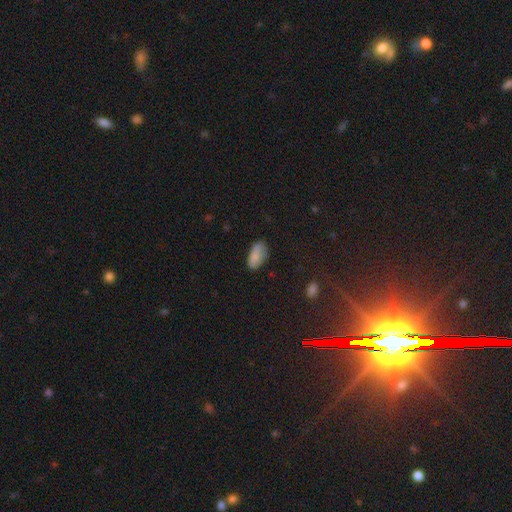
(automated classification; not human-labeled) Smooth or featured? smooth (83%)
How rounded? in between (92%)
Merging? none (67%)